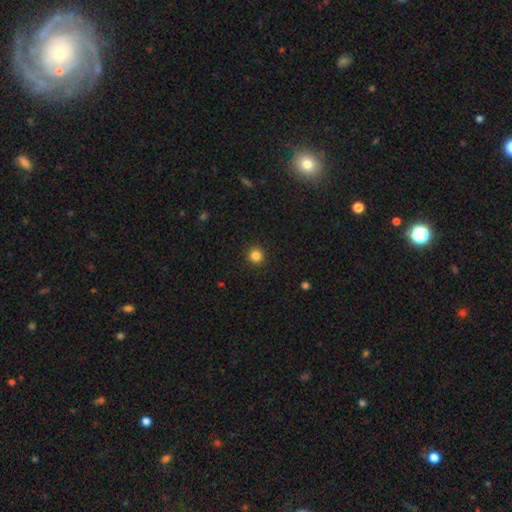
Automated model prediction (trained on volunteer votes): Morphology: type=smooth (84%); roundness=round (95%); merging=none (93%).